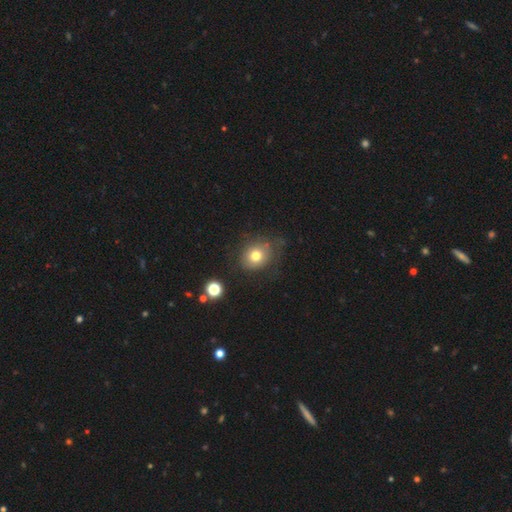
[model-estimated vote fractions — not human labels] Smooth or featured?
  - smooth: 74% *
  - featured or disk: 14%
  - star or artifact: 12%
How rounded?
  - round: 69% *
  - in between: 30%
  - cigar-shaped: 1%
Merging?
  - none: 67% *
  - minor disturbance: 21%
  - major disturbance: 10%
  - merger: 3%